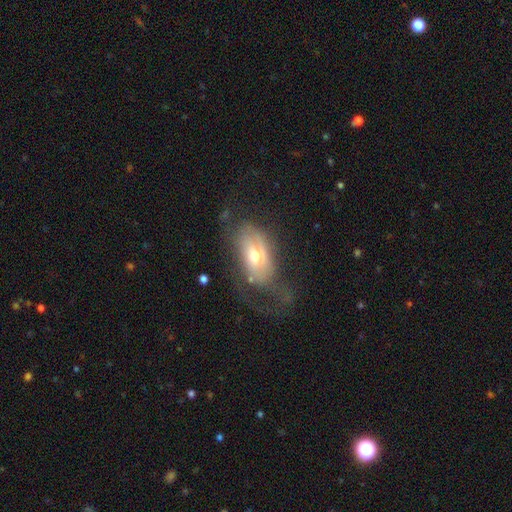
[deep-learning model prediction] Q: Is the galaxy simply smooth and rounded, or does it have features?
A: featured or disk — 50%.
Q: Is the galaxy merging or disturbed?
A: major disturbance — 37%.